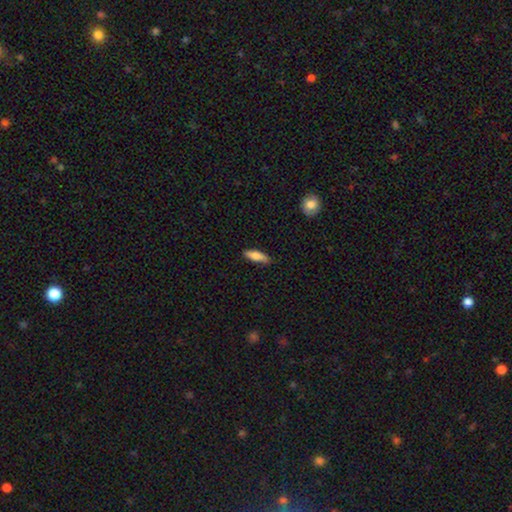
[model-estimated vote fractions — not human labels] This appears to be a smooth galaxy with no disk features (77%) that is in between round and cigar-shaped (50%). Merging: none (79%).